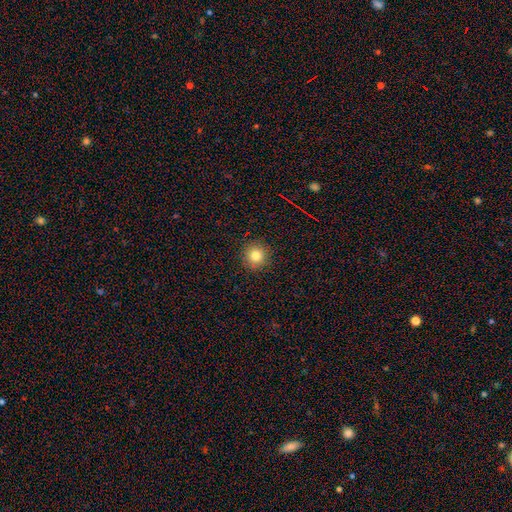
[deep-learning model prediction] Morphology: type=smooth (81%); roundness=round (94%); merging=none (91%).